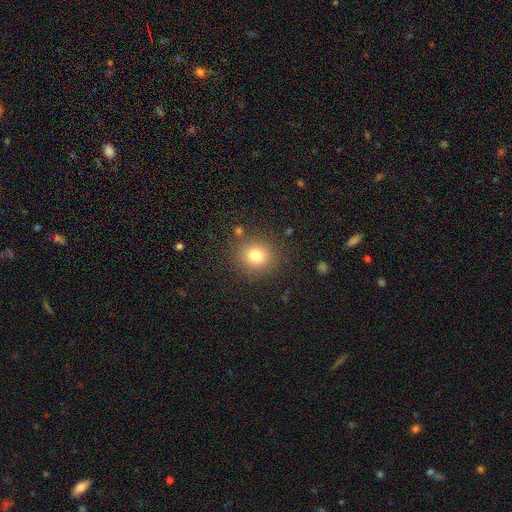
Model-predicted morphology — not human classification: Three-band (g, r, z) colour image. It shows a smooth galaxy with no disk features (77%) that is round (87%). Merging: none (85%).